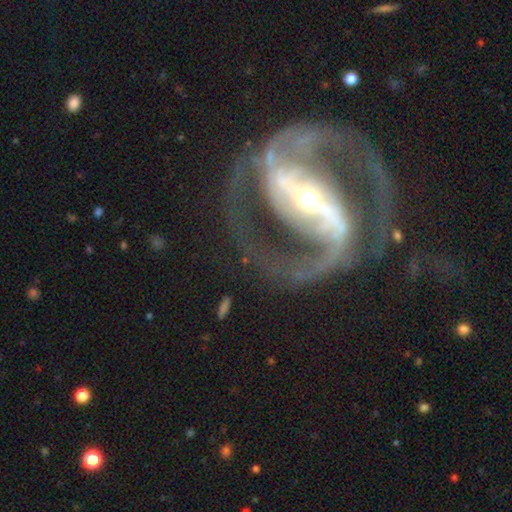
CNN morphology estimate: This appears to be a featured or disk galaxy (93%) with a strong bar (76%), 2 (93%) medium (62%) spiral arms (98%) and a small central bulge (51%). Merging: none (76%).